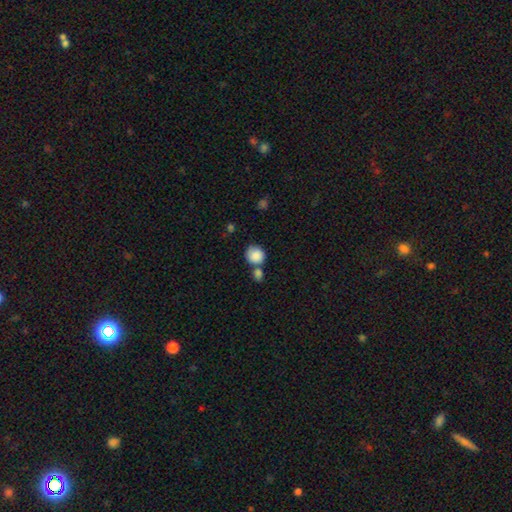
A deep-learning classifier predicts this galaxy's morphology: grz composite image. It shows a smooth galaxy with no disk features (87%) that is round (83%). Merging: none (48%).